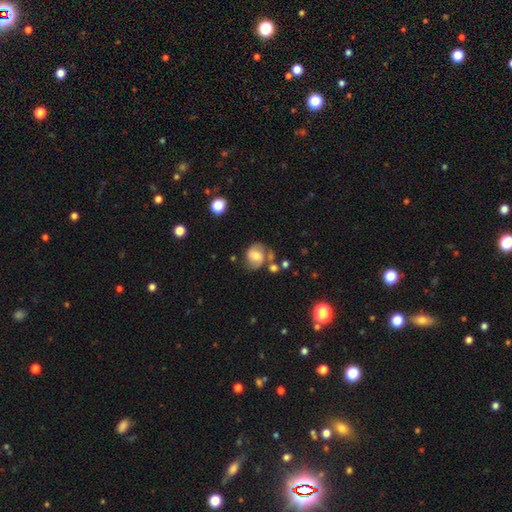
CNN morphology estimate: Smooth or featured: smooth — 50% (featured or disk — 40%)
How rounded: round — 66% (in between — 33%)
Merging: none — 55% (minor disturbance — 22%)